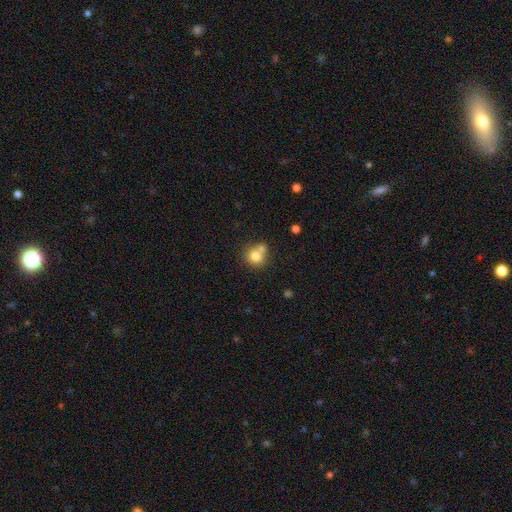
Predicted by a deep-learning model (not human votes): The model was most divided on "merging": none: 50%, merger: 37%, minor disturbance: 10%, major disturbance: 3%. More confident: how rounded — round (86%); smooth or featured — smooth (78%).